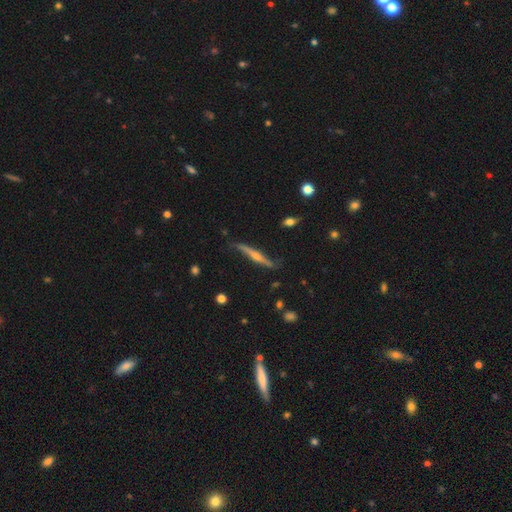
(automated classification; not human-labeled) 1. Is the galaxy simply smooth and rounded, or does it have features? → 72% featured or disk, 22% smooth, 7% star or artifact.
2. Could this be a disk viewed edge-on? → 90% yes, 10% no.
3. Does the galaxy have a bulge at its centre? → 71% rounded, 20% none, 9% boxy.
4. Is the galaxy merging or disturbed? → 70% none, 22% minor disturbance, 6% major disturbance, 3% merger.